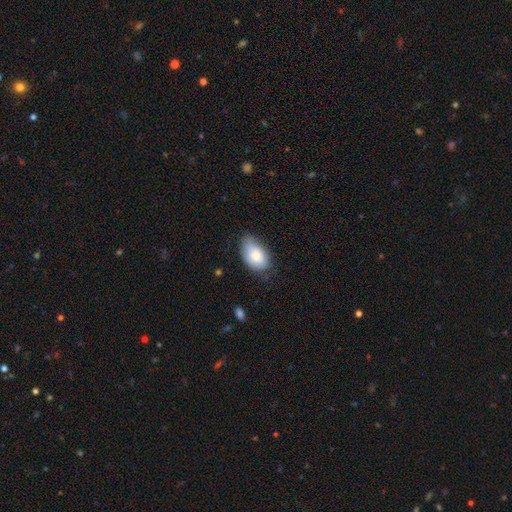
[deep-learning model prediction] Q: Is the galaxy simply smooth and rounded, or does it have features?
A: smooth — 78%.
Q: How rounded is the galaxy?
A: in between — 92%.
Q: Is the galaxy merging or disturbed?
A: none — 56%.